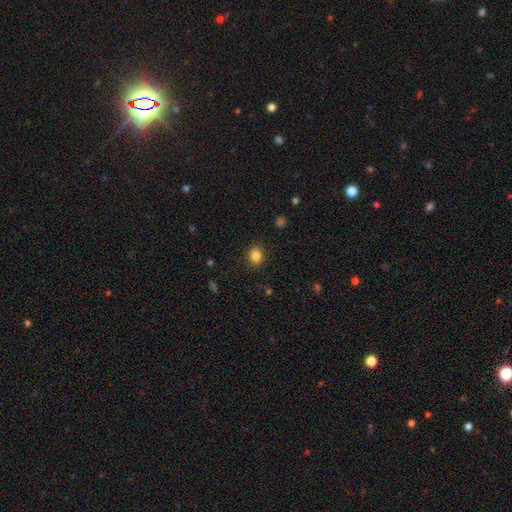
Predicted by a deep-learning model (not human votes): This appears to be a smooth galaxy with no disk features (85%) that is round (60%). Merging: none (88%).